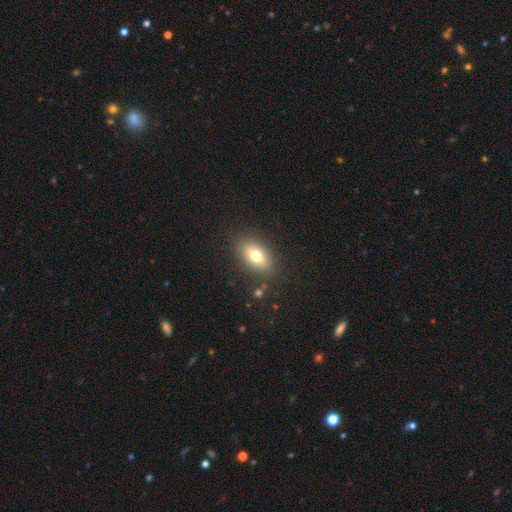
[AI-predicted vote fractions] A smooth galaxy with no disk features (73%) that is in between round and cigar-shaped (85%). Merging: none (85%).